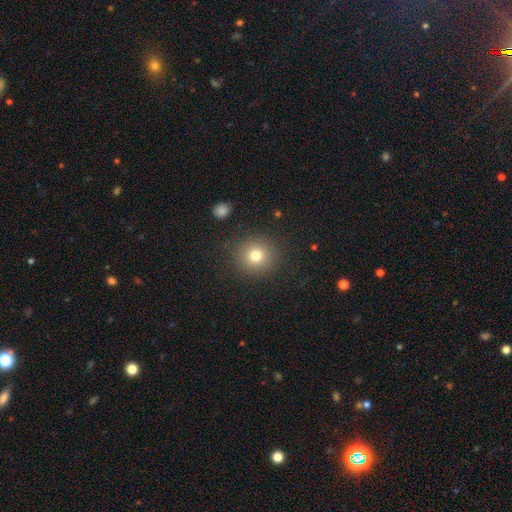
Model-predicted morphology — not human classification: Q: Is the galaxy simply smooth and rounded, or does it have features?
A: smooth — 77%.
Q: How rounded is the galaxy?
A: round — 90%.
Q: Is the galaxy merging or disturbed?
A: none — 87%.